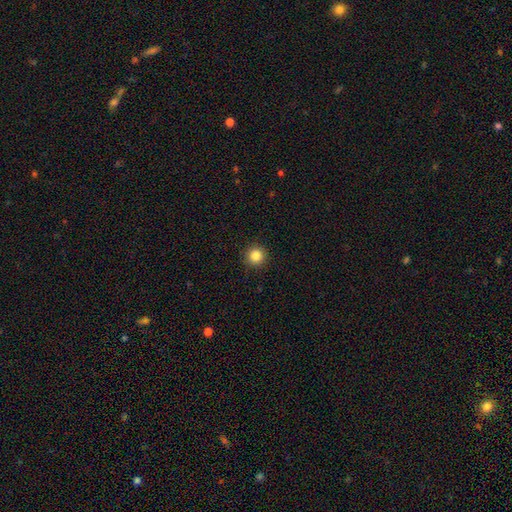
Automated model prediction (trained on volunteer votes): The model was most divided on "smooth or featured": smooth: 85%, star or artifact: 11%, featured or disk: 5%. More confident: how rounded — round (95%); merging — none (92%).